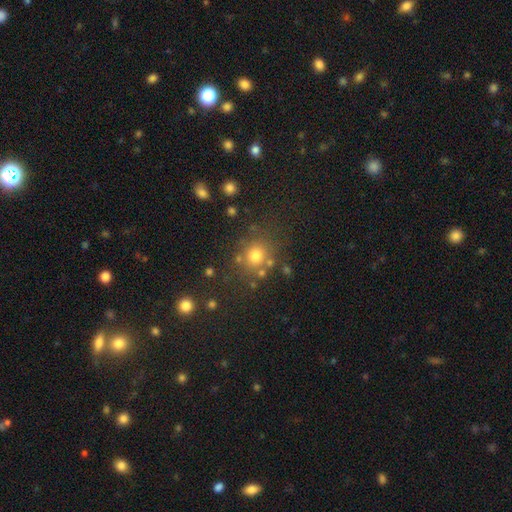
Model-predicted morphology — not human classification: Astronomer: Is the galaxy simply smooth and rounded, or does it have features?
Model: smooth — 74%.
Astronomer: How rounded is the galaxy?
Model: round — 83%.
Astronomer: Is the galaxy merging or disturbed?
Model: none — 75%.